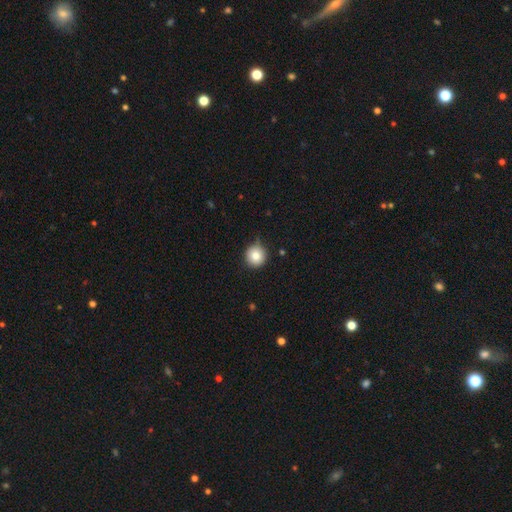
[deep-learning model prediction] Overall: smooth (84%). How rounded: round (95%). Merging: none (82%).